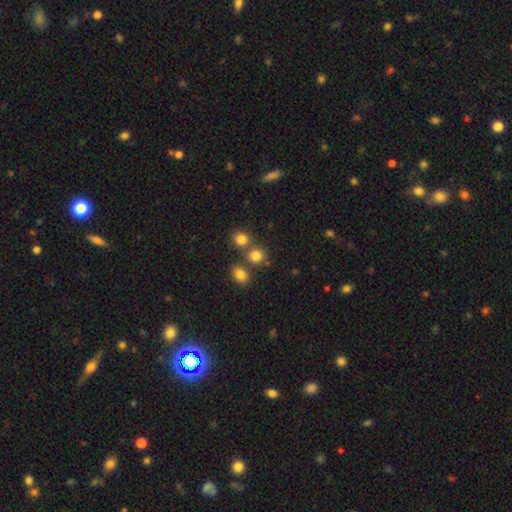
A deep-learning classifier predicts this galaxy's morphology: Smooth or featured?
  - smooth: 80% *
  - star or artifact: 14%
  - featured or disk: 6%
How rounded?
  - round: 81% *
  - in between: 18%
  - cigar-shaped: 1%
Merging?
  - none: 65% *
  - merger: 25%
  - minor disturbance: 8%
  - major disturbance: 3%